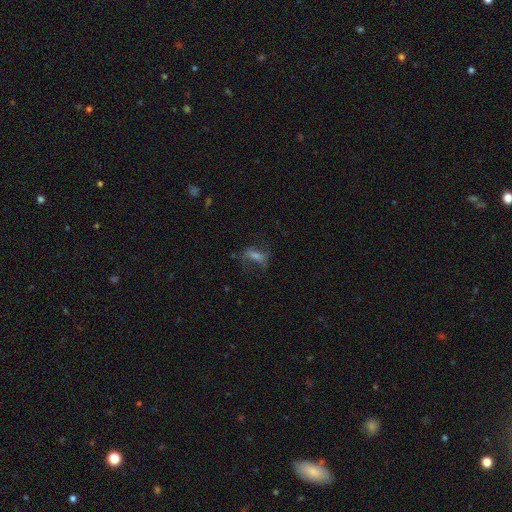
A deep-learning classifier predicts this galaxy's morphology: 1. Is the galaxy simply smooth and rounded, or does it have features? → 42% featured or disk, 39% smooth, 19% star or artifact.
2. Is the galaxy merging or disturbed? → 58% none, 20% minor disturbance, 20% major disturbance, 2% merger.